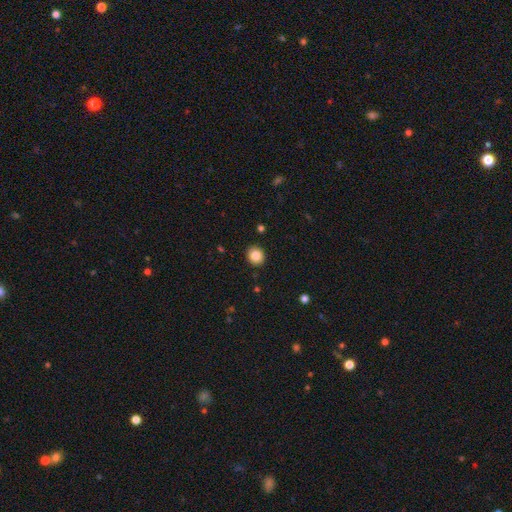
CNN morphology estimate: This appears to be a smooth galaxy with no disk features (85%) that is round (82%). Merging: none (91%).